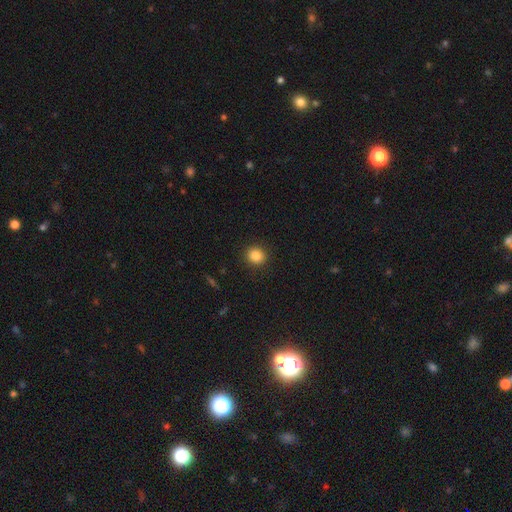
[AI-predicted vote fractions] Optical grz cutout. It shows a smooth galaxy with no disk features (85%) that is round (87%). Merging: none (91%).